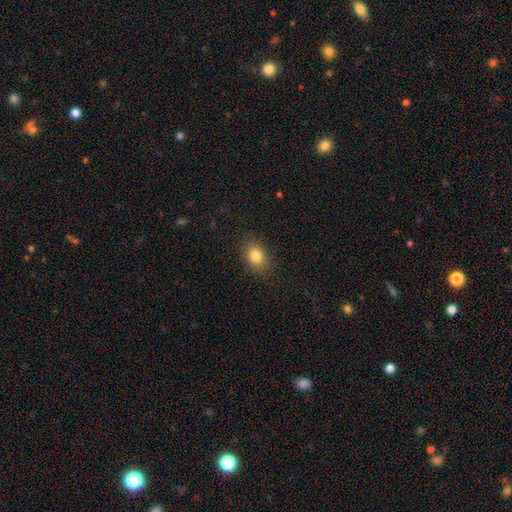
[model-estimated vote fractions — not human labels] A smooth galaxy with no disk features (83%) that is in between round and cigar-shaped (74%). Merging: none (86%).